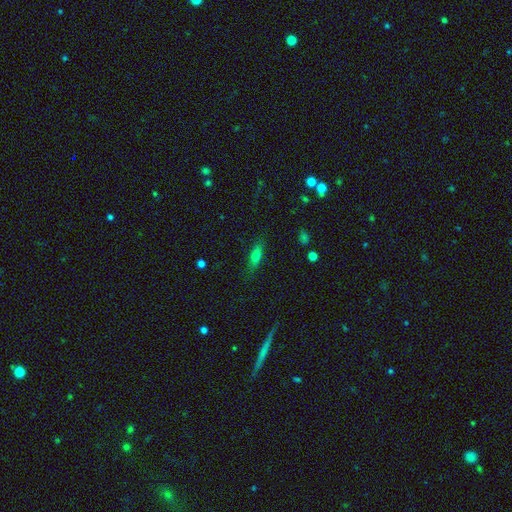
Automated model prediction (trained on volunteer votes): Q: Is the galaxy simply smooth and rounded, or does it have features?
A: smooth — 68%.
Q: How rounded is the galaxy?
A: in between — 53%.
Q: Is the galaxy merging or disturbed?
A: none — 81%.